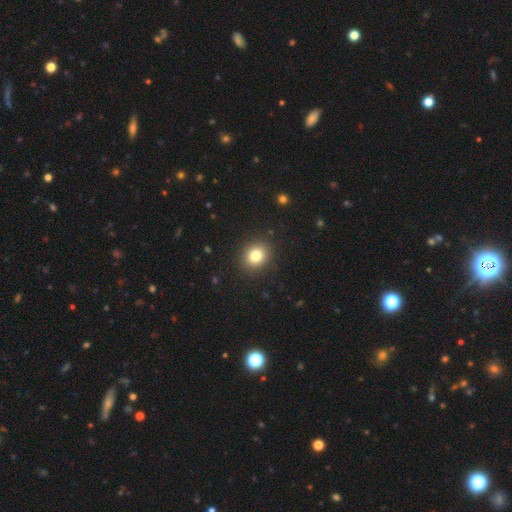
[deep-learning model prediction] This appears to be a smooth galaxy with no disk features (82%) that is round (71%). Merging: none (89%).